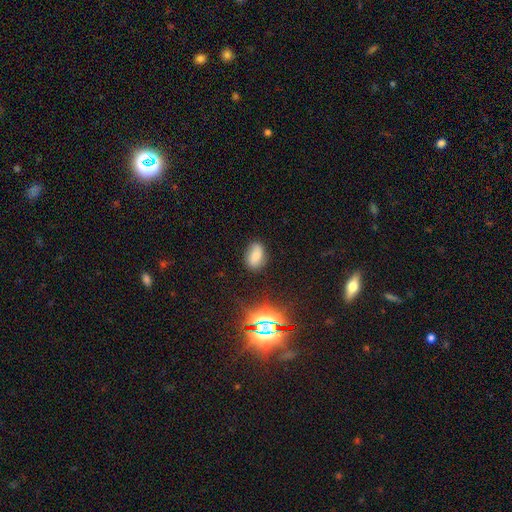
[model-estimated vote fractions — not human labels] Smooth or featured? Predicted: smooth (p=0.69). How rounded? Predicted: in between (p=0.87). Merging? Predicted: none (p=0.79).